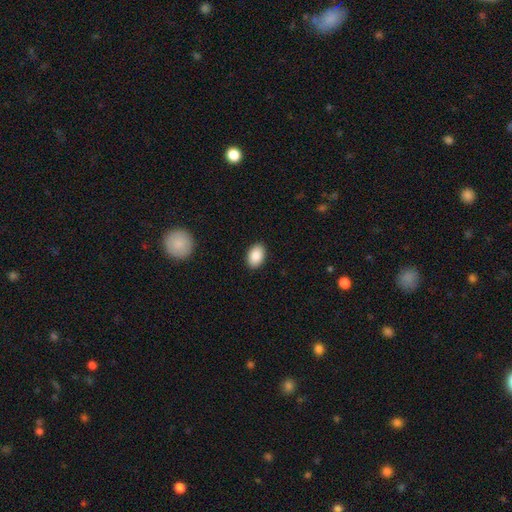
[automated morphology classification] A smooth galaxy with no disk features (89%) that is in between round and cigar-shaped (89%).

Vote fractions:
- Smooth or featured? smooth: 89% / star or artifact: 7% / featured or disk: 4%
- How rounded? in between: 89% / round: 10% / cigar-shaped: 1%
- Merging? none: 90% / minor disturbance: 7% / major disturbance: 2% / merger: 1%